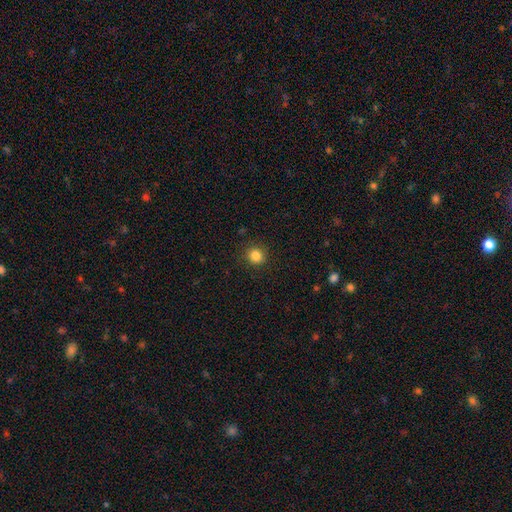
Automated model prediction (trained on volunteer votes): Morphology: type=smooth (84%); roundness=round (91%); merging=none (91%).